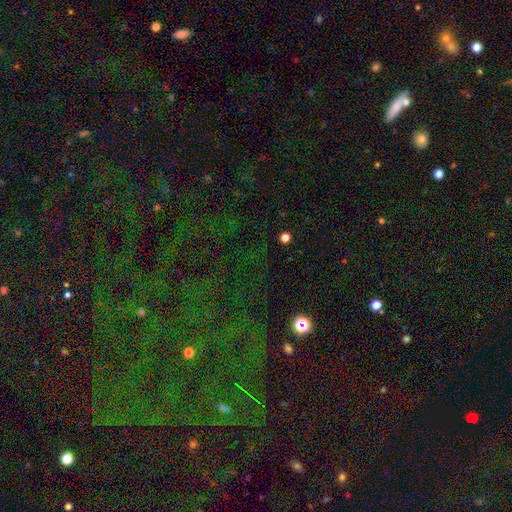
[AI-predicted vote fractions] Q: Smooth or featured?
A: star or artifact (80%); runner-up: smooth (12%)